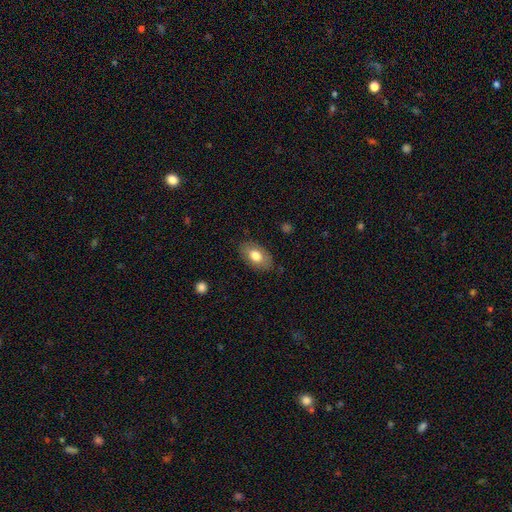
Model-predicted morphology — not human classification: Q: Smooth or featured?
A: smooth (75%); runner-up: featured or disk (18%)
Q: How rounded?
A: in between (92%); runner-up: round (7%)
Q: Merging?
A: none (83%); runner-up: minor disturbance (12%)